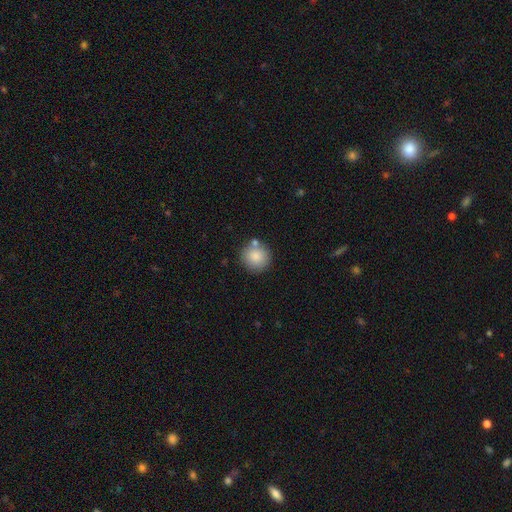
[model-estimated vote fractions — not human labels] This is clearly a smooth galaxy (86%). How rounded: clearly round (94%). Merging: likely none (78%).